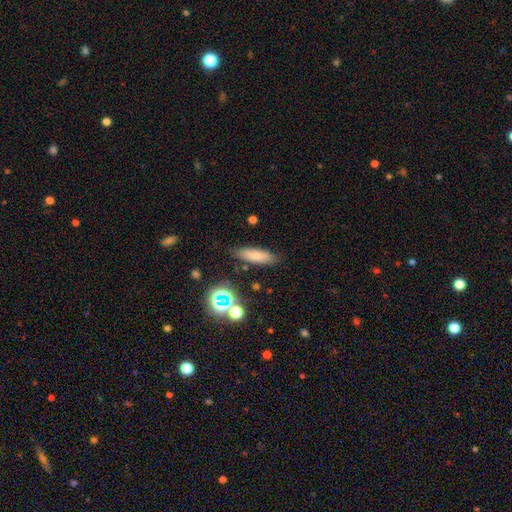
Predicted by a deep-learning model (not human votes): smooth_or_featured: smooth (p=0.75) [alt: featured or disk p=0.13]
how_rounded: cigar-shaped (p=0.55) [alt: in between p=0.42]
merging: none (p=0.84) [alt: minor disturbance p=0.11]